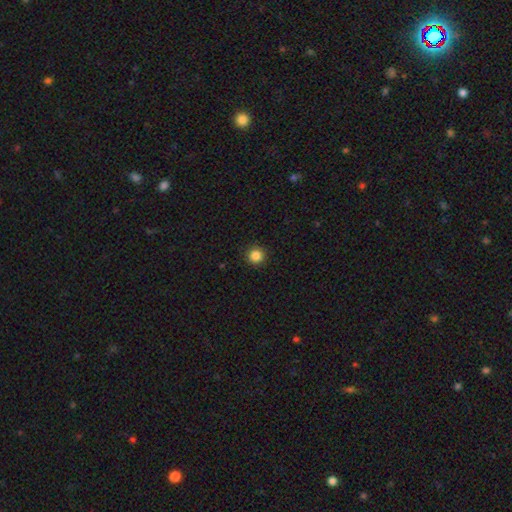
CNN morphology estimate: The model was most divided on "smooth or featured": smooth: 85%, star or artifact: 12%, featured or disk: 3%. More confident: how rounded — round (96%); merging — none (93%).